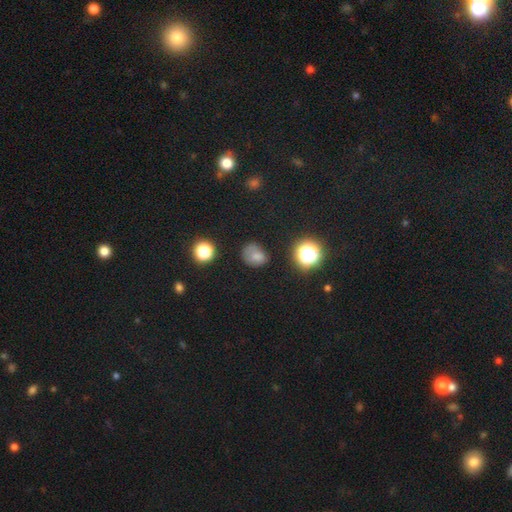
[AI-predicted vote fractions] Overall: smooth (72%). How rounded: in between (50%; round 49%). Merging: none (54%; minor disturbance 29%).